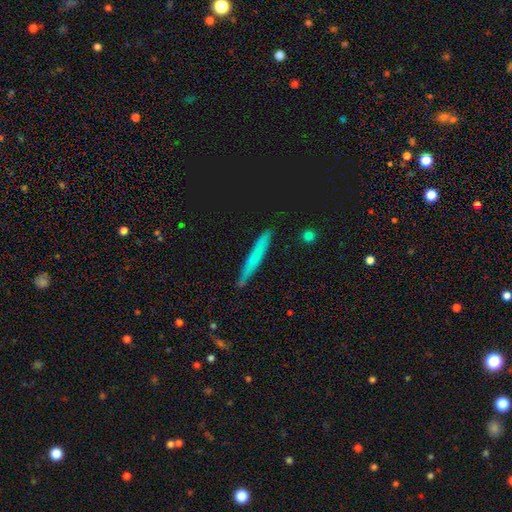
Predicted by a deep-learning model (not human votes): The model was most divided on "smooth or featured": smooth: 63%, featured or disk: 26%, star or artifact: 11%. More confident: how rounded — cigar-shaped (95%); merging — none (85%).